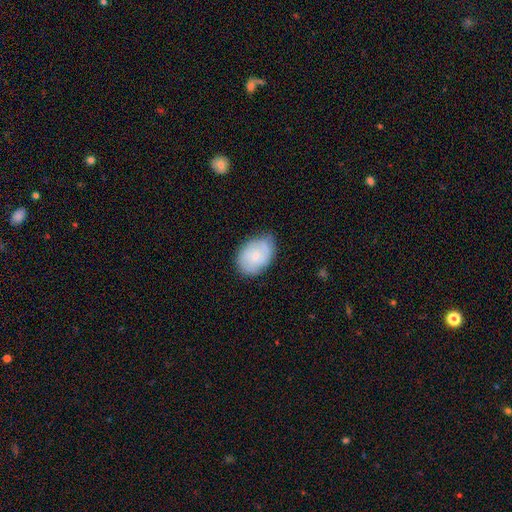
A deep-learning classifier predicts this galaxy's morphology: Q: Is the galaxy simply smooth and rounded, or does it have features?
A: smooth — 61%.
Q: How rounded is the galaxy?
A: in between — 77%.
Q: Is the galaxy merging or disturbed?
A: none — 66%.